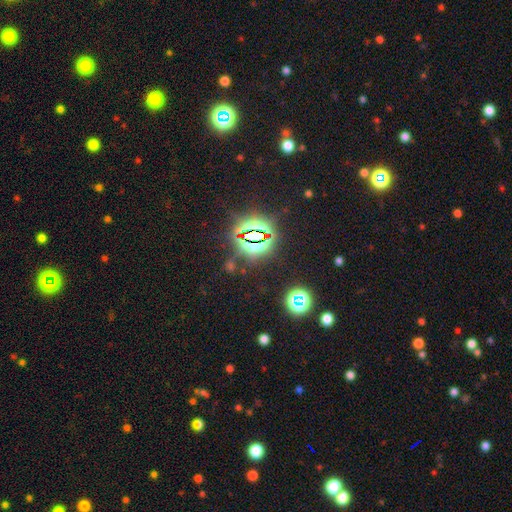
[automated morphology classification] The model was most divided on "smooth or featured": star or artifact: 82%, smooth: 11%, featured or disk: 7%.